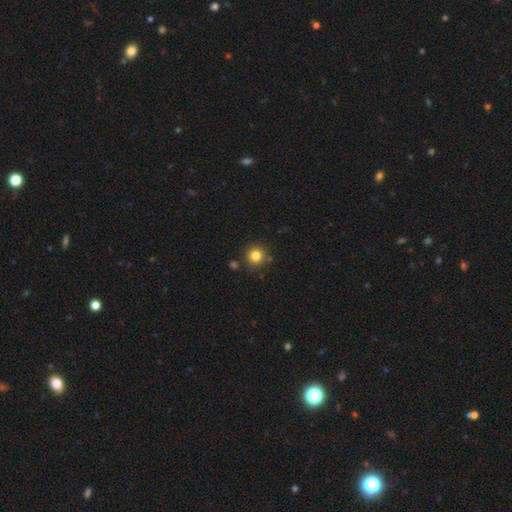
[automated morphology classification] A smooth galaxy with no disk features (82%) that is round (94%). Merging: none (85%).